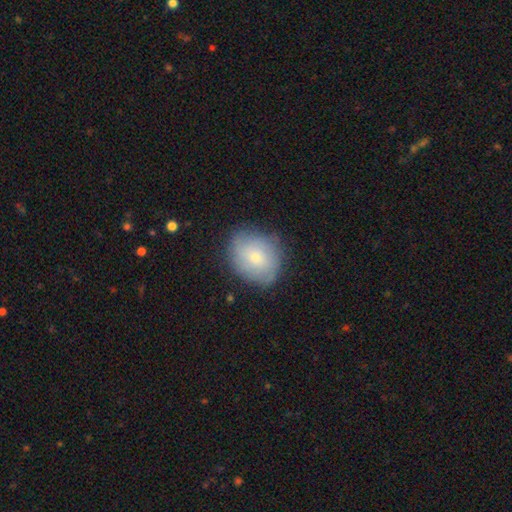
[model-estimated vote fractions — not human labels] Q: Smooth or featured?
A: smooth (61%); runner-up: featured or disk (30%)
Q: How rounded?
A: round (61%); runner-up: in between (38%)
Q: Merging?
A: none (76%); runner-up: minor disturbance (18%)